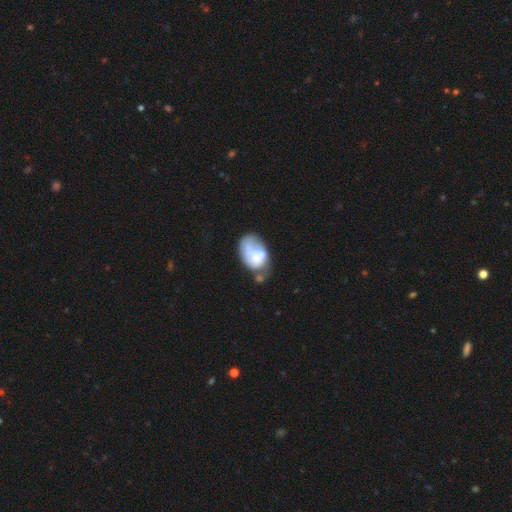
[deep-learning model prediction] Smooth or featured?
  - smooth: 52% *
  - featured or disk: 40%
  - star or artifact: 8%
How rounded?
  - in between: 86% *
  - round: 13%
  - cigar-shaped: 1%
Merging?
  - none: 27% * (tied)
  - minor disturbance: 27% * (tied)
  - major disturbance: 24%
  - merger: 22%